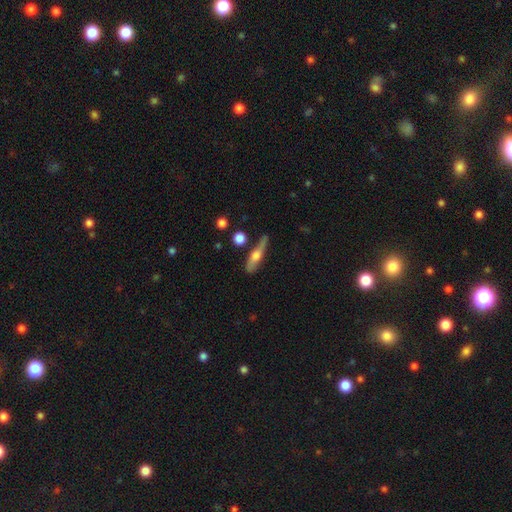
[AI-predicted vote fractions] This is possibly a featured or disk galaxy (53%). It is clearly viewed edge-on (85%). Merging: likely none (64%).